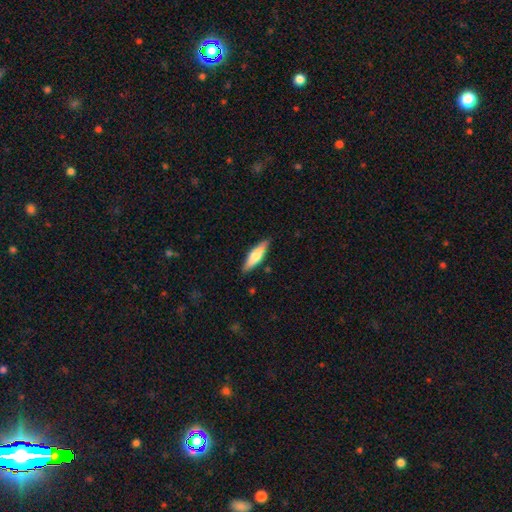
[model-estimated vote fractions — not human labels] Smooth or featured?
  - smooth: 59% *
  - featured or disk: 36%
  - star or artifact: 6%
How rounded?
  - cigar-shaped: 64% *
  - in between: 35%
  - round: 2%
Merging?
  - none: 87% *
  - minor disturbance: 10%
  - major disturbance: 2%
  - merger: 1%